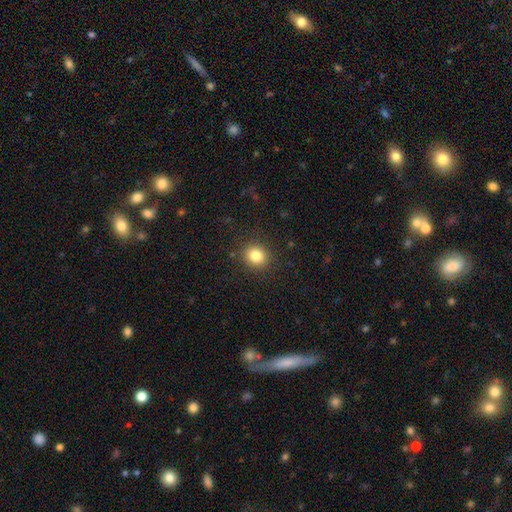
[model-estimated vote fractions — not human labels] smooth_or_featured: smooth (p=0.82) [alt: star or artifact p=0.11]
how_rounded: round (p=0.80) [alt: in between p=0.19]
merging: none (p=0.89) [alt: minor disturbance p=0.08]